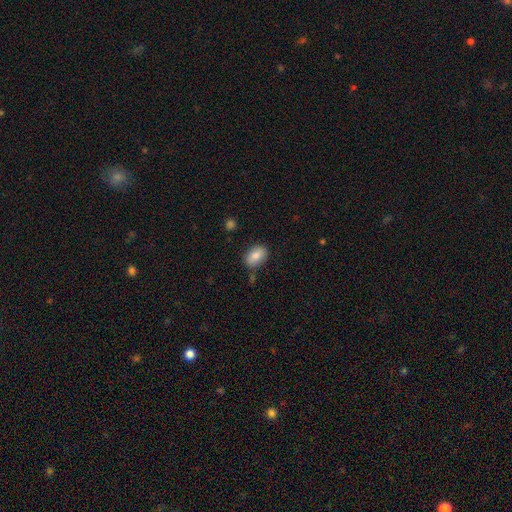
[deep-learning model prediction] A smooth galaxy with no disk features (83%) that is in between round and cigar-shaped (88%). Merging: none (79%).